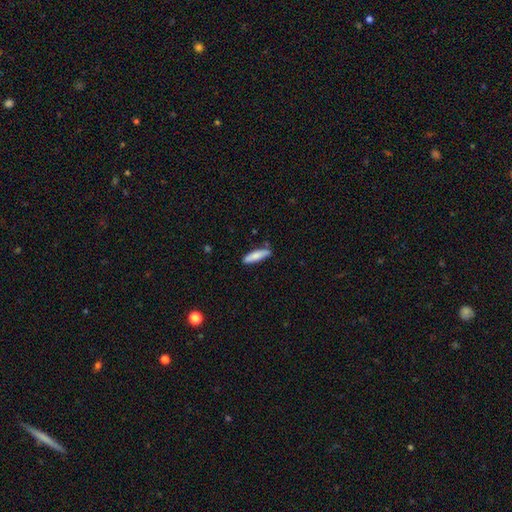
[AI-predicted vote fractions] Smooth or featured? Predicted: smooth (p=0.78). How rounded? Predicted: cigar-shaped (p=0.74). Merging? Predicted: none (p=0.79).